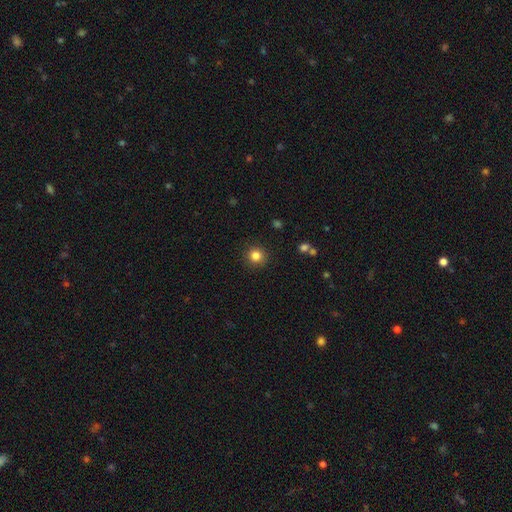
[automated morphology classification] Smooth or featured? Predicted: smooth (p=0.83). How rounded? Predicted: round (p=0.93). Merging? Predicted: none (p=0.91).